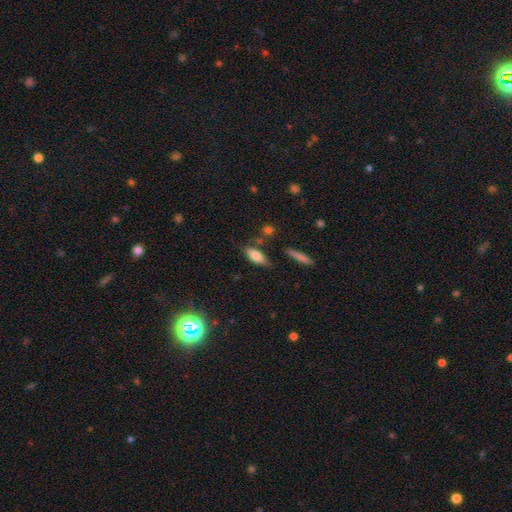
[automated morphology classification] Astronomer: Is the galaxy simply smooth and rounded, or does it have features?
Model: smooth — 78%.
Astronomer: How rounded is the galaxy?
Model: in between — 75%.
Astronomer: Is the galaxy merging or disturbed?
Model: none — 68%.